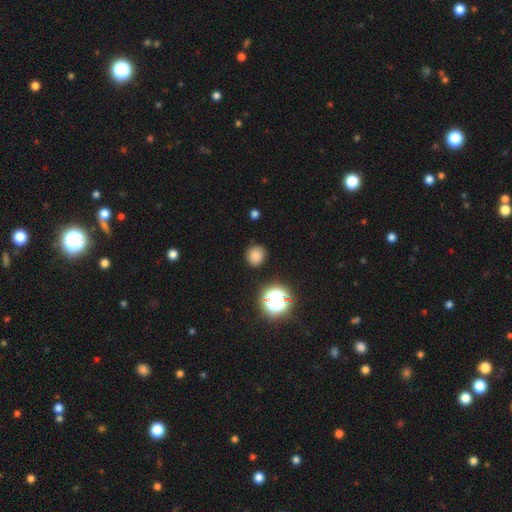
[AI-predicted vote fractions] Q: Smooth or featured?
A: smooth (79%); runner-up: star or artifact (16%)
Q: How rounded?
A: round (84%); runner-up: in between (15%)
Q: Merging?
A: none (87%); runner-up: minor disturbance (9%)